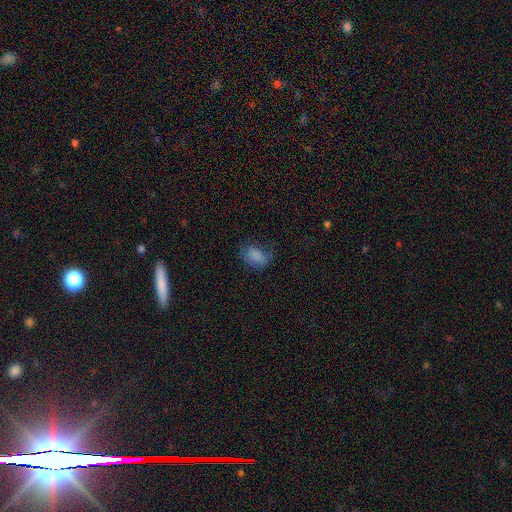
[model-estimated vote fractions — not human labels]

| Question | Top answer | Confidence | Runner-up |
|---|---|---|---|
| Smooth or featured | smooth | 75% | featured or disk (13%) |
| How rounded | in between | 83% | round (16%) |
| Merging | none | 48% | minor disturbance (29%) |